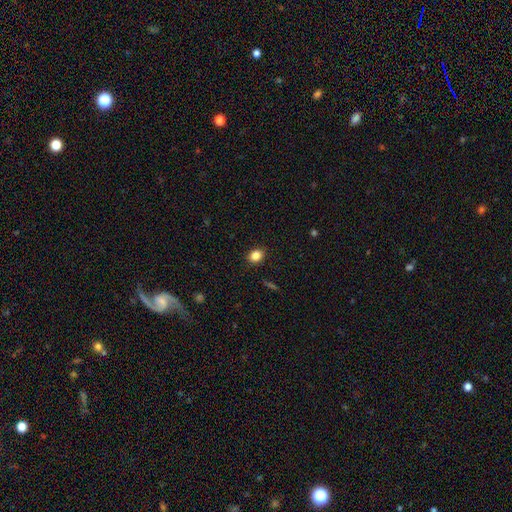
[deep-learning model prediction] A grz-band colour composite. It shows a smooth galaxy with no disk features (84%) that is round (55%). Merging: none (90%).